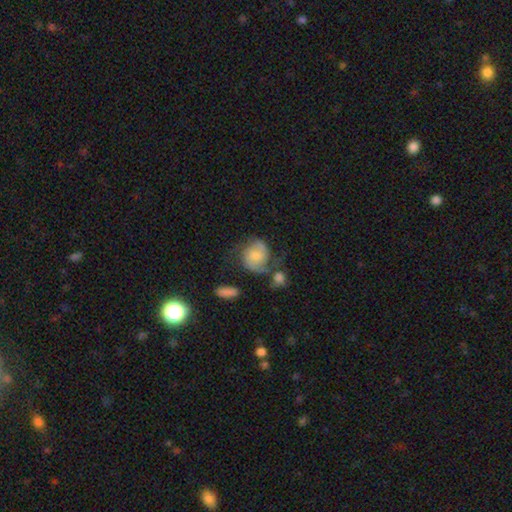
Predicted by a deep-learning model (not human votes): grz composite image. It shows a featured or disk galaxy (68%) with no bar (64%), 2 (86%) medium (49%) spiral arms (93%) and a small central bulge (48%). Merging: none (47%).